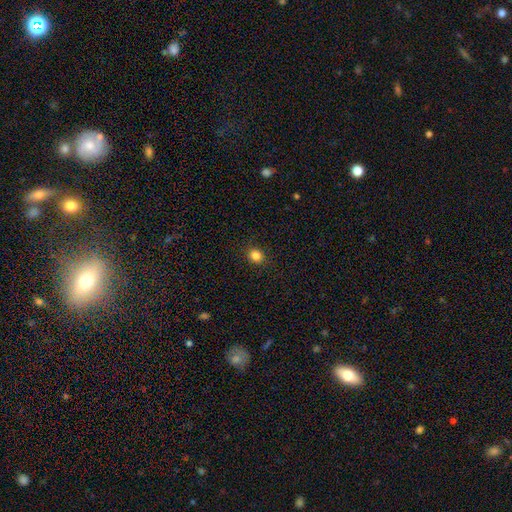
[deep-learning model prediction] smooth 84%, star or artifact 12%, featured or disk 4%. Down the decision tree: how rounded — round (74%); merging — none (89%).